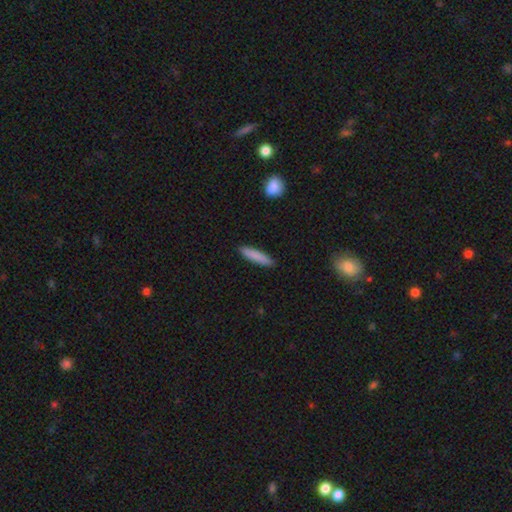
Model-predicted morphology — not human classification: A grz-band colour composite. It shows a smooth galaxy with no disk features (85%) that is cigar-shaped (82%). Merging: none (89%).